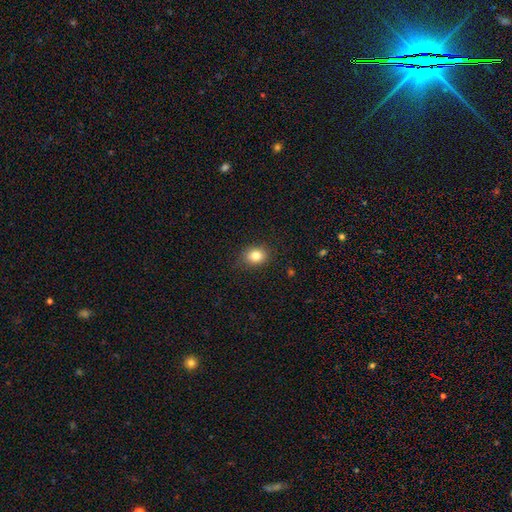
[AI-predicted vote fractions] smooth 82%, star or artifact 11%, featured or disk 8%. Down the decision tree: how rounded — round (53%); merging — none (86%).